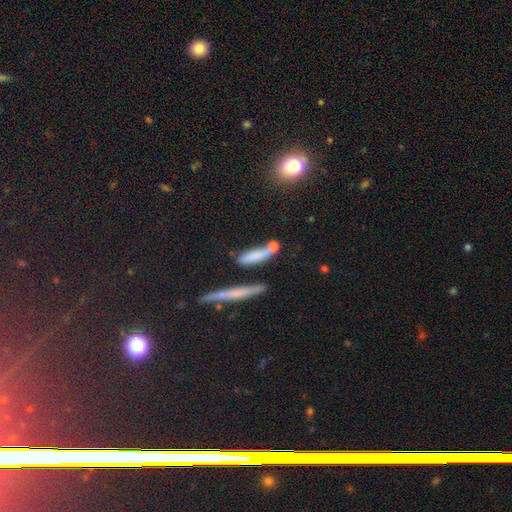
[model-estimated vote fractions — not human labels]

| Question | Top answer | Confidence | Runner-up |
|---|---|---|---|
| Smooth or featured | smooth | 69% | featured or disk (21%) |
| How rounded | cigar-shaped | 74% | in between (22%) |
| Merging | none | 52% | merger (25%) |